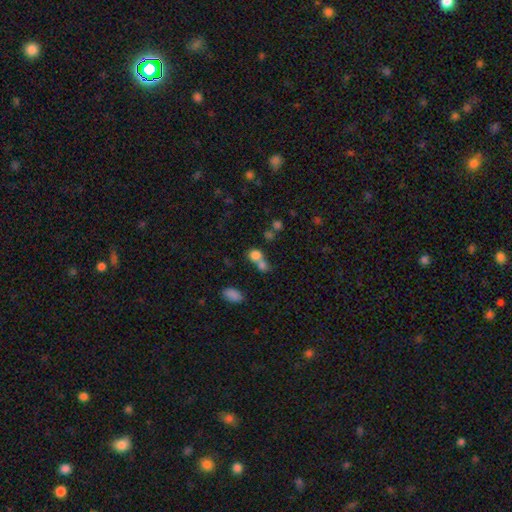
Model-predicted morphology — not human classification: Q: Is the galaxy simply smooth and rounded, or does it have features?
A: smooth — 77%.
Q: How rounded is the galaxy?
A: round — 66%.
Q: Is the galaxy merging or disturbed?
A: merger — 55%.